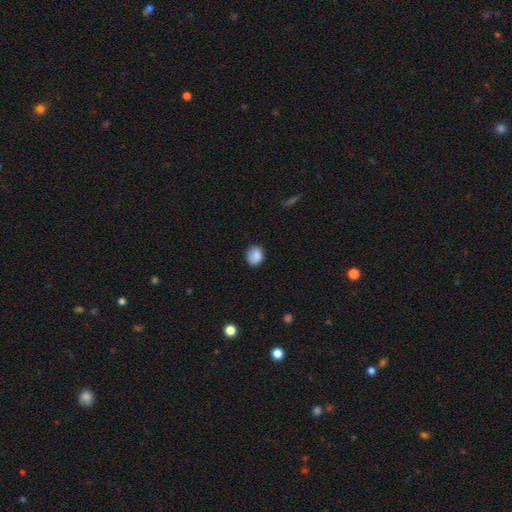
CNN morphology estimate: A smooth galaxy with no disk features (85%) that is round (60%). Merging: none (73%).